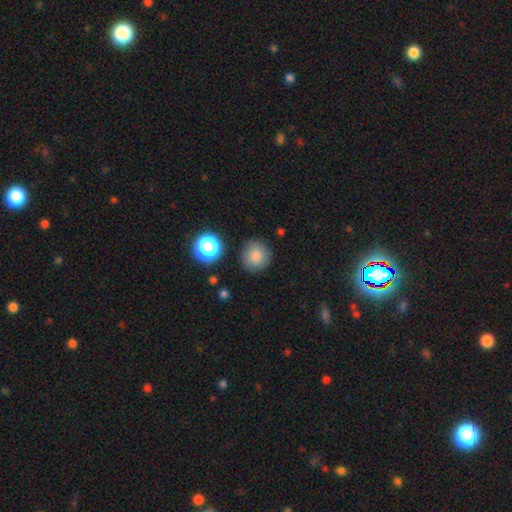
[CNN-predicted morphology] Overall: smooth (83%). How rounded: round (93%). Merging: none (86%).